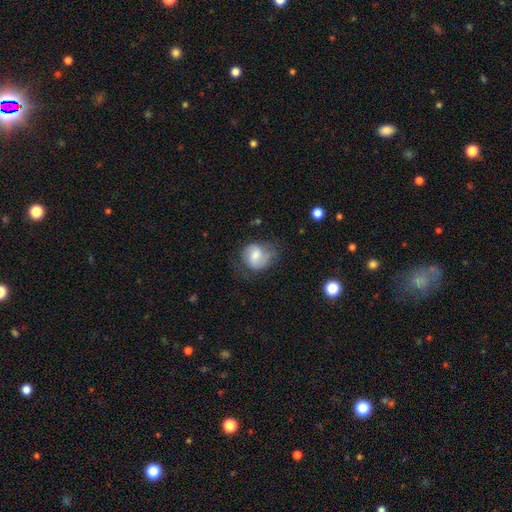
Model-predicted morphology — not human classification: The model was most divided on "merging": none: 46%, minor disturbance: 31%, major disturbance: 21%, merger: 2%. More confident: smooth or featured — smooth (62%); how rounded — round (62%).